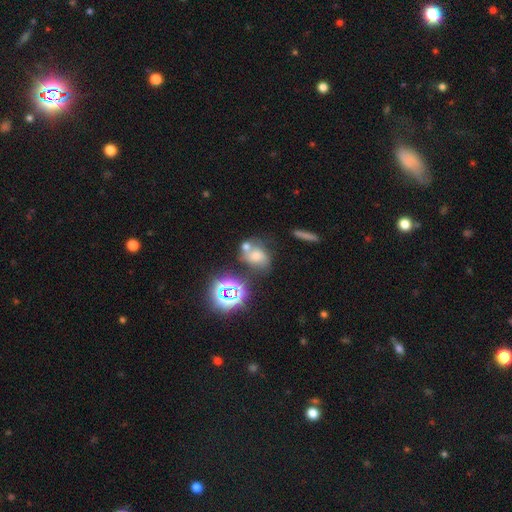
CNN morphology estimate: smooth 48%, star or artifact 27%, featured or disk 25%. Down the decision tree: merging — none (41%).